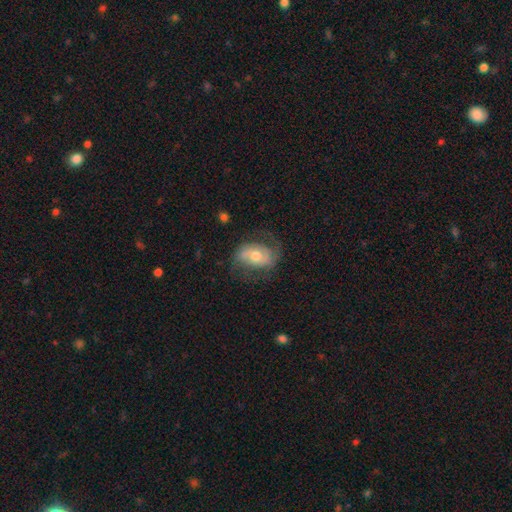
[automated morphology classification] smooth-or-featured: featured or disk: 65% | smooth: 27% | star or artifact: 7%
  disk-edge-on: no: 96% | yes: 4%
    bar: no: 52% | weak: 34% | strong: 14%
    has-spiral-arms: yes: 84% | no: 16%
      spiral-winding: medium: 43% | loose: 35% | tight: 22%
      spiral-arm-count: 2: 80% | can't tell: 10% | 1: 6% | 3: 2% | 4: 1% | more than 4: 1%
    bulge-size: moderate: 70% | small: 19% | large: 8% | none: 1% | dominant: 1%
  merging: none: 62% | minor disturbance: 22% | major disturbance: 15% | merger: 2%